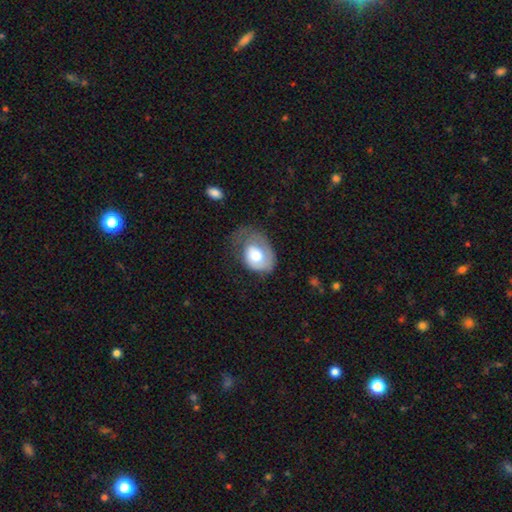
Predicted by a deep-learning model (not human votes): Overall: smooth (52%; featured or disk 42%). How rounded: in between (68%; round 31%). Merging: major disturbance (41%; minor disturbance 29%).